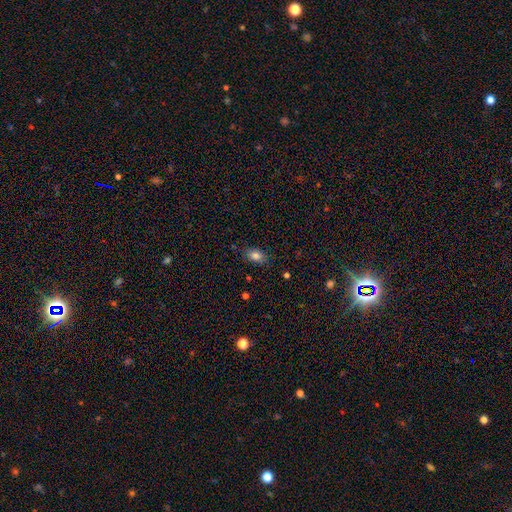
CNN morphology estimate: smooth_or_featured: smooth (p=0.82) [alt: star or artifact p=0.10]
how_rounded: in between (p=0.85) [alt: round p=0.13]
merging: none (p=0.83) [alt: minor disturbance p=0.13]